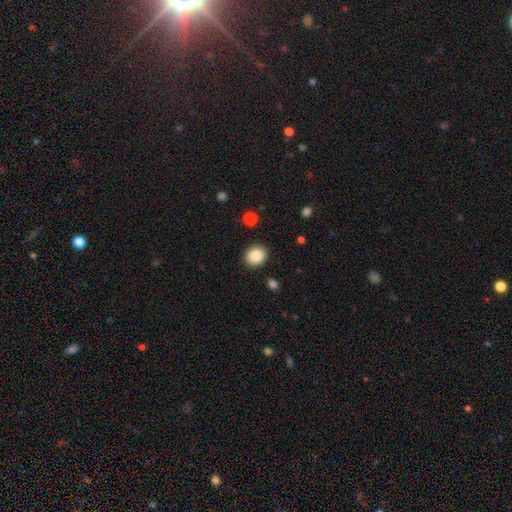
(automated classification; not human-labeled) A smooth galaxy with no disk features (87%) that is round (65%).

Vote fractions:
- Smooth or featured? smooth: 87% / star or artifact: 8% / featured or disk: 4%
- How rounded? round: 65% / in between: 34% / cigar-shaped: 1%
- Merging? none: 88% / minor disturbance: 8% / major disturbance: 2% / merger: 2%